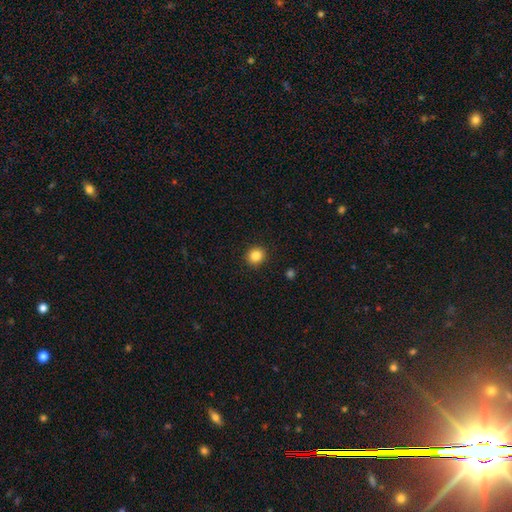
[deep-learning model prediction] The model was most divided on "how rounded": round: 86%, in between: 13%, cigar-shaped: 1%. More confident: merging — none (92%); smooth or featured — smooth (84%).